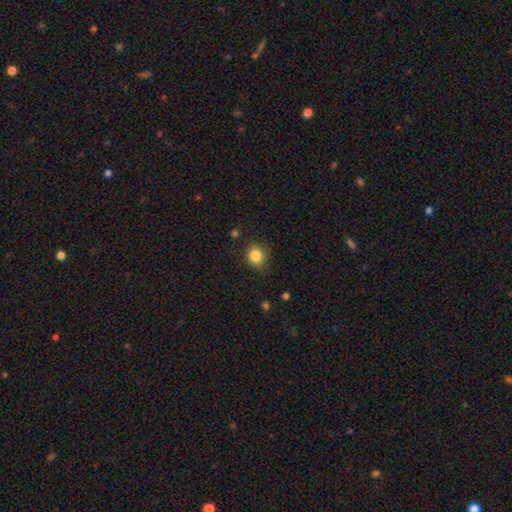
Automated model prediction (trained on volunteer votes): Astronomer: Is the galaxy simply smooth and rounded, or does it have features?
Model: smooth — 84%.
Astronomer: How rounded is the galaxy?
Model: round — 78%.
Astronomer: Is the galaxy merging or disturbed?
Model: none — 71%.